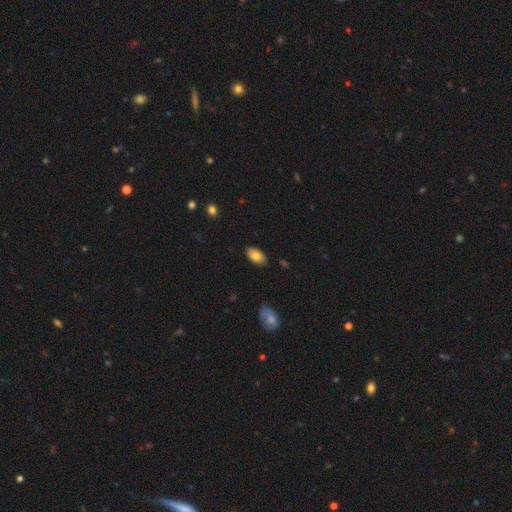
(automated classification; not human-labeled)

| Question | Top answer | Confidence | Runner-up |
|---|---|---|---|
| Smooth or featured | smooth | 78% | featured or disk (15%) |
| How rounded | in between | 94% | round (4%) |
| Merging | none | 84% | minor disturbance (12%) |